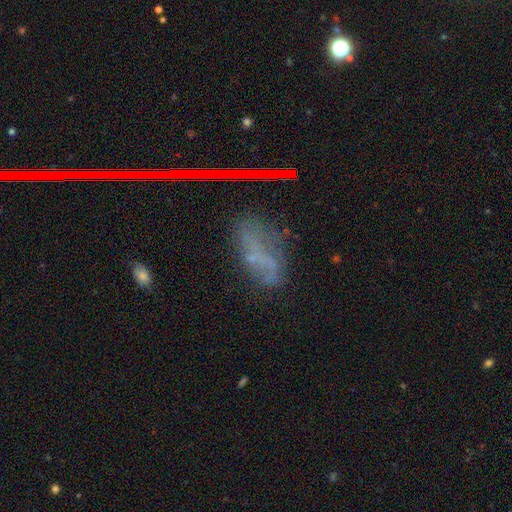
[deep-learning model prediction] A featured or disk galaxy (43%). Merging: none (44%).